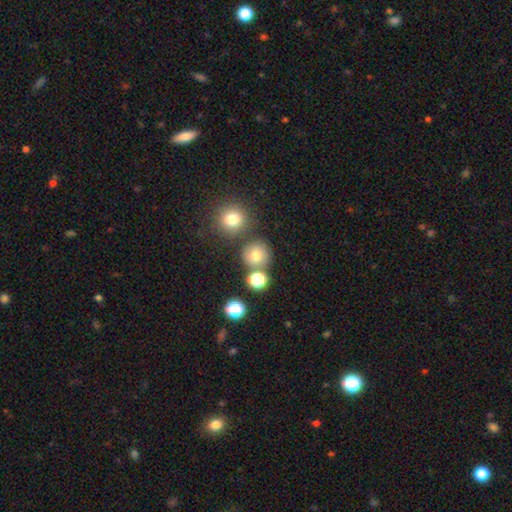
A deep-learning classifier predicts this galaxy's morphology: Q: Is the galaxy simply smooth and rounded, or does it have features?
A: smooth — 72%.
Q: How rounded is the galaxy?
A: round — 90%.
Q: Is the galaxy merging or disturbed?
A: none — 74%.